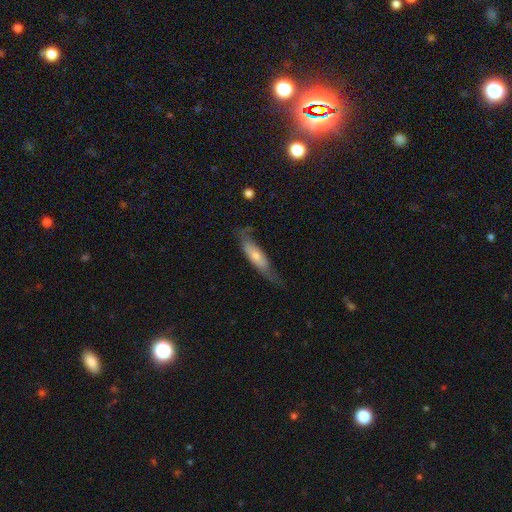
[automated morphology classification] Smooth or featured?
  - smooth: 54% *
  - featured or disk: 41%
  - star or artifact: 5%
How rounded?
  - cigar-shaped: 65% *
  - in between: 33%
  - round: 2%
Merging?
  - none: 54% *
  - minor disturbance: 29%
  - major disturbance: 14%
  - merger: 2%